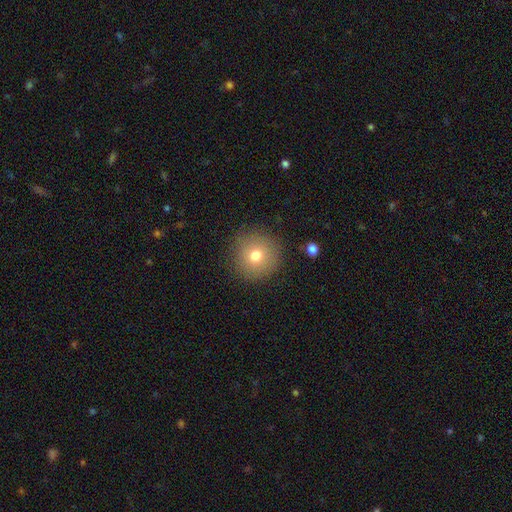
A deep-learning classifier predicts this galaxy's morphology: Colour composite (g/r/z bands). It shows a smooth galaxy with no disk features (74%) that is round (95%). Merging: none (88%).